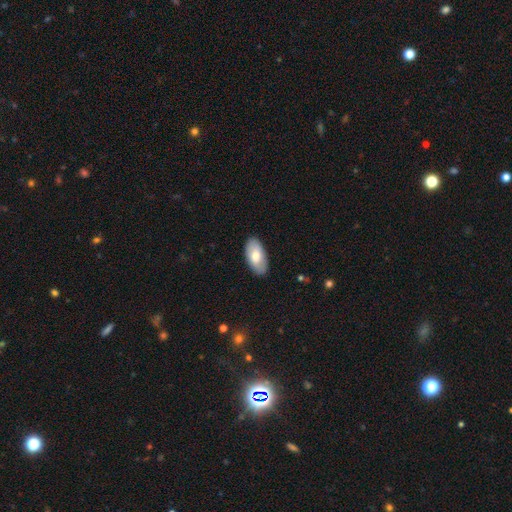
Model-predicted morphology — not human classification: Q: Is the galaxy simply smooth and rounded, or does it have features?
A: smooth — 72%.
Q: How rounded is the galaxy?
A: in between — 94%.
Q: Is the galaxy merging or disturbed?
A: none — 87%.